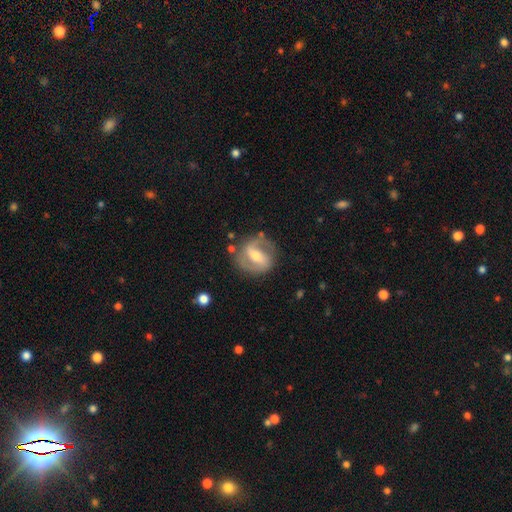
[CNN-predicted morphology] type=featured or disk (78%); edge-on=no (96%); bar=strong (49%); spiral arms=yes (86%); winding=medium (51%); arm count=2 (87%); bulge=moderate (59%); merging=none (76%).